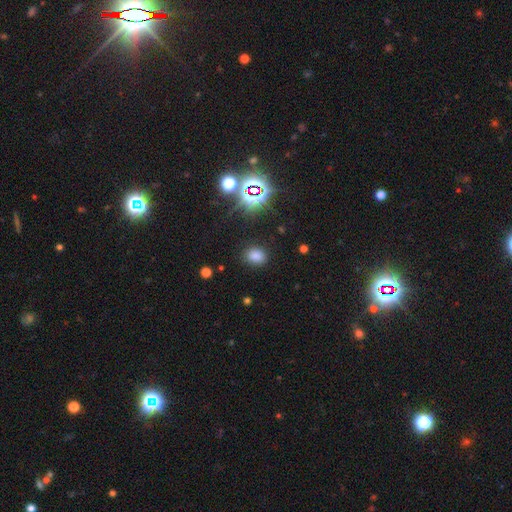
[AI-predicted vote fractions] Q: Smooth or featured?
A: smooth (74%); runner-up: star or artifact (20%)
Q: How rounded?
A: in between (58%); runner-up: round (41%)
Q: Merging?
A: none (84%); runner-up: minor disturbance (10%)